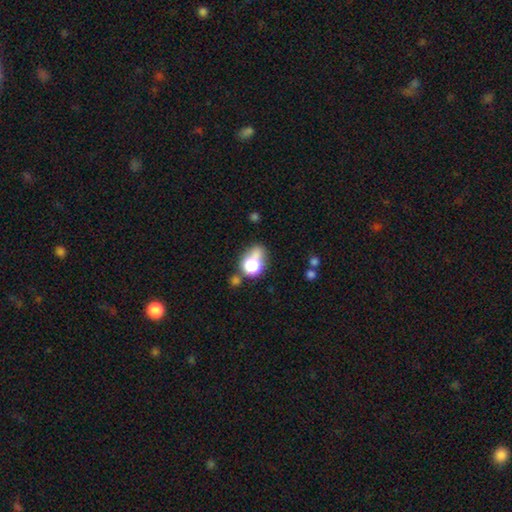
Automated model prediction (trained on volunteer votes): Overall: smooth (69%). How rounded: round (51%; in between 47%). Merging: none (36%; merger 34%).